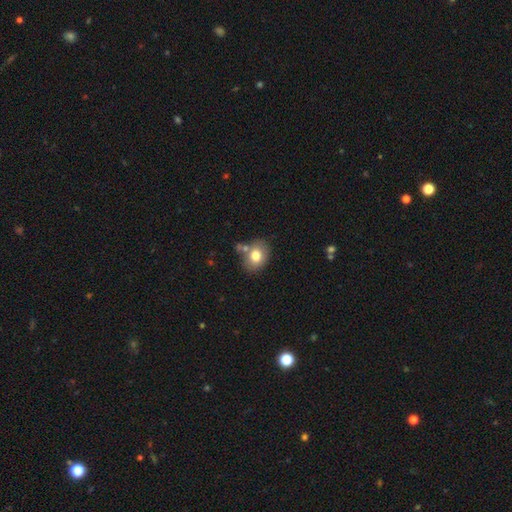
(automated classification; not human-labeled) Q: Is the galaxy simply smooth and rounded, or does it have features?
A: smooth — 76%.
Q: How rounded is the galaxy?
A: in between — 56%.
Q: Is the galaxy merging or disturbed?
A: none — 68%.